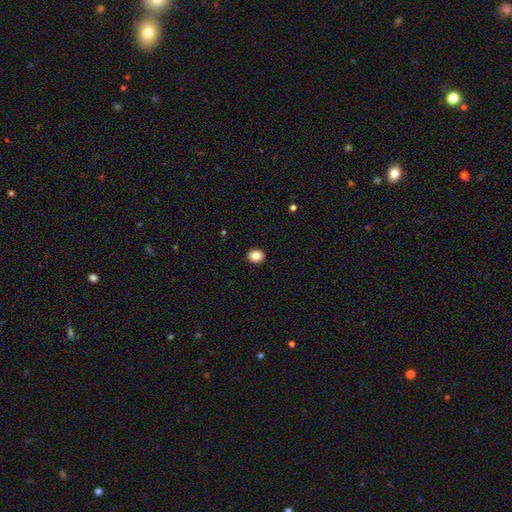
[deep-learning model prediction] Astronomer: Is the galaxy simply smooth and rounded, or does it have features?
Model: smooth — 86%.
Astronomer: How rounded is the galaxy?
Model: round — 72%.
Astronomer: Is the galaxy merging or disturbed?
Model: none — 93%.